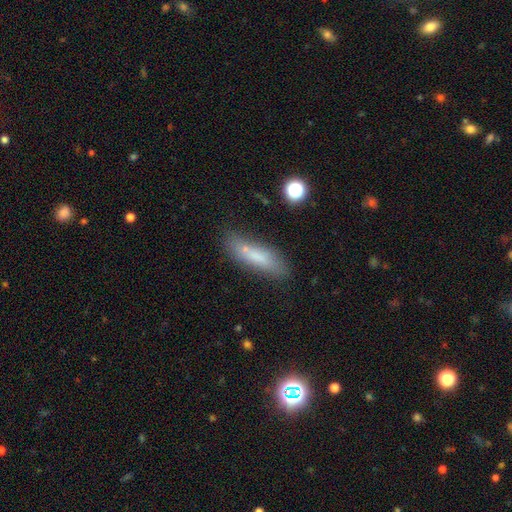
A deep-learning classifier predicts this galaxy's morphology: Smooth or featured?
  - smooth: 72% *
  - featured or disk: 19%
  - star or artifact: 9%
How rounded?
  - cigar-shaped: 64% *
  - in between: 34%
  - round: 2%
Merging?
  - none: 69% *
  - minor disturbance: 18%
  - merger: 7%
  - major disturbance: 6%